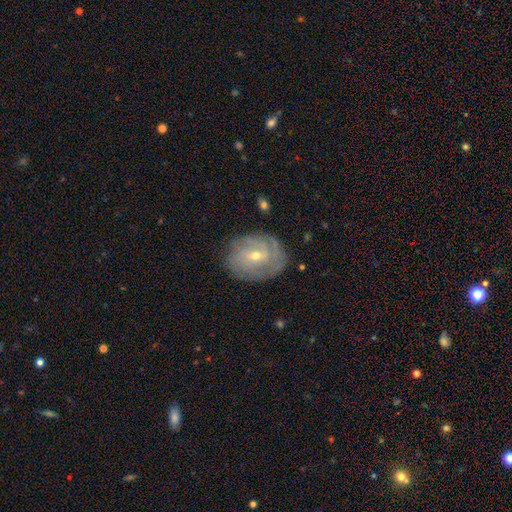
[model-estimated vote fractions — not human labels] This is likely a featured or disk galaxy (76%). It is clearly not viewed edge-on (96%). Bar: possibly no (48%). Spiral arm pattern: clearly yes (87%). Spiral arm count: marginally can't tell (42%). Spiral winding: likely tight (67%). Central bulge: possibly small (56%). Merging: likely none (76%).